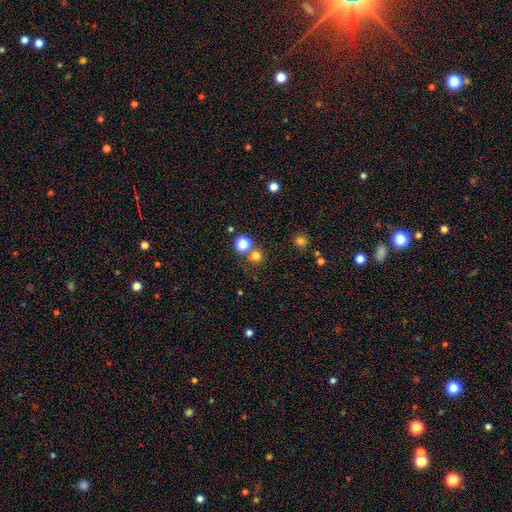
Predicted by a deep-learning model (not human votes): Smooth or featured? Predicted: smooth (p=0.72). How rounded? Predicted: round (p=0.88). Merging? Predicted: none (p=0.66).